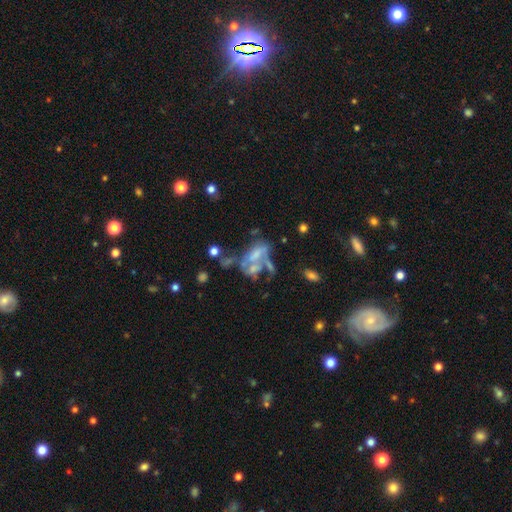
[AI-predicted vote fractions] smooth_or_featured: featured or disk (p=0.53) [alt: smooth p=0.33]
disk_edge_on: no (p=0.94) [alt: yes p=0.06]
merging: merger (p=0.41) [alt: major disturbance p=0.29]